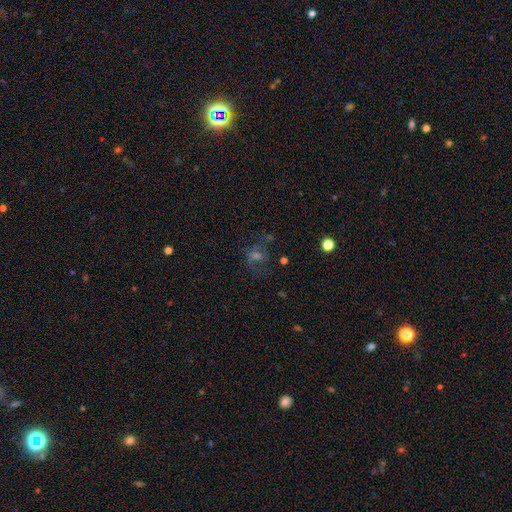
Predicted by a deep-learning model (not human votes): The model was most divided on "smooth or featured": featured or disk: 44%, star or artifact: 30%, smooth: 26%. More confident: merging — none (55%).